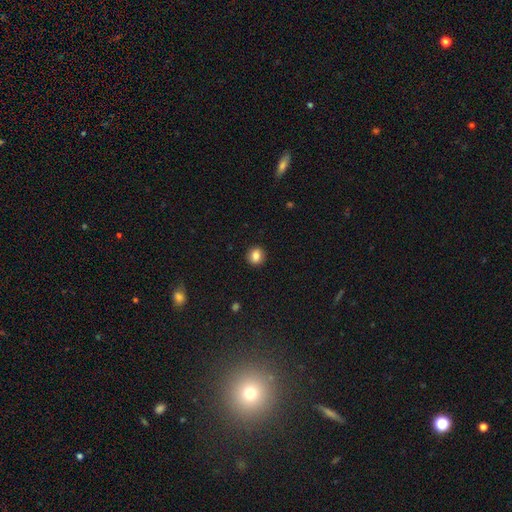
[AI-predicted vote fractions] Smooth or featured?
  - smooth: 85% *
  - star or artifact: 10%
  - featured or disk: 6%
How rounded?
  - round: 81% *
  - in between: 18%
  - cigar-shaped: 1%
Merging?
  - none: 91% *
  - minor disturbance: 6%
  - major disturbance: 2%
  - merger: 1%